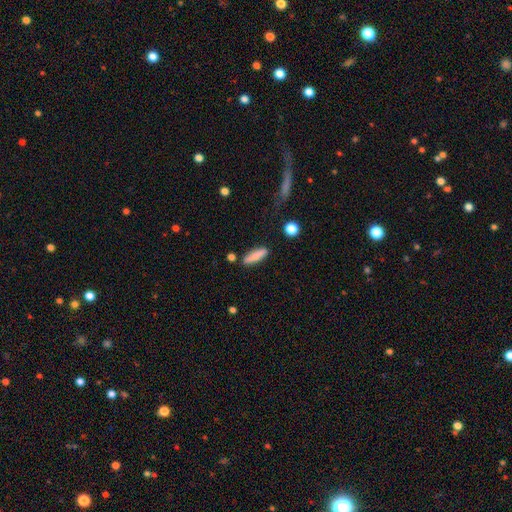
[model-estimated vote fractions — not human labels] A smooth galaxy with no disk features (83%) that is cigar-shaped (67%). Merging: none (81%).